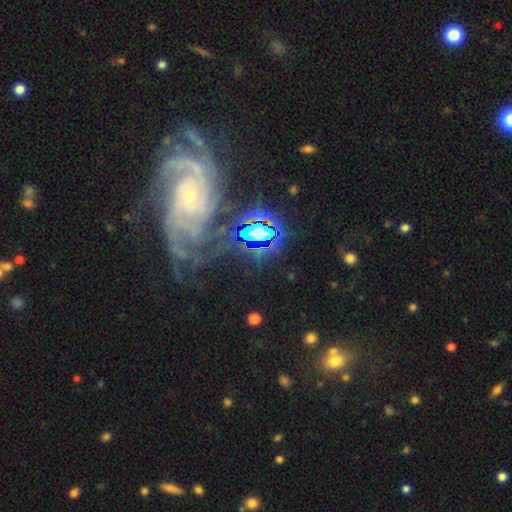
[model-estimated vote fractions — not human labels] A featured or disk galaxy (78%) with no bar (65%), 3 (22%) tight (64%) spiral arms (97%) and a small central bulge (78%). Merging: none (65%).